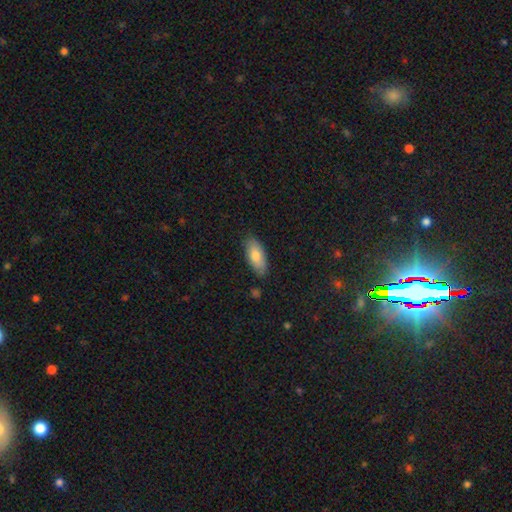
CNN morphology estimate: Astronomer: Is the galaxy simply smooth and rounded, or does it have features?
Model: smooth — 78%.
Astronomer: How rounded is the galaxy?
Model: in between — 85%.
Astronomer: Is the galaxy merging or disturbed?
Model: none — 81%.